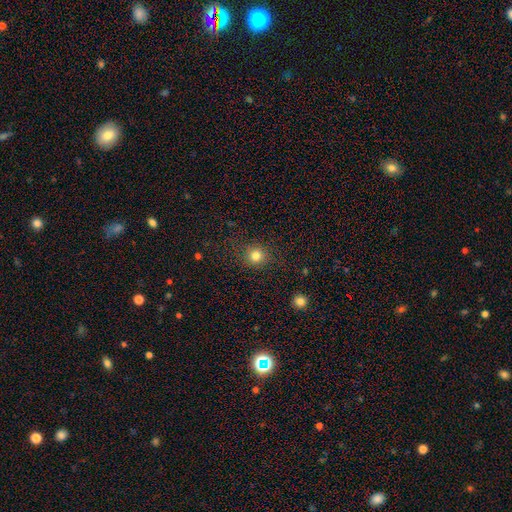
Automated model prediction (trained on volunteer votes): This appears to be a smooth galaxy with no disk features (81%) that is round (90%). Merging: none (87%).